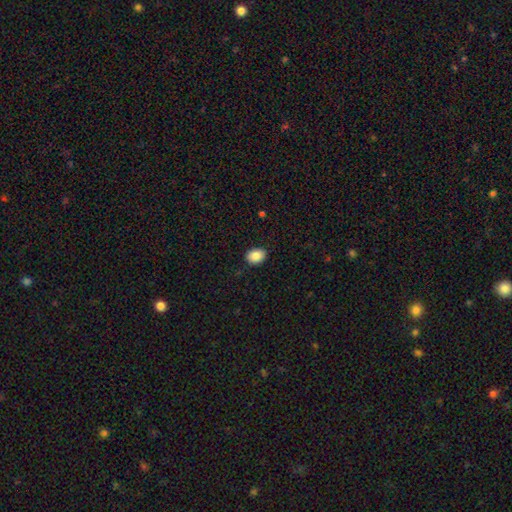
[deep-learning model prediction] Smooth or featured? Predicted: smooth (p=0.88). How rounded? Predicted: in between (p=0.66). Merging? Predicted: none (p=0.88).